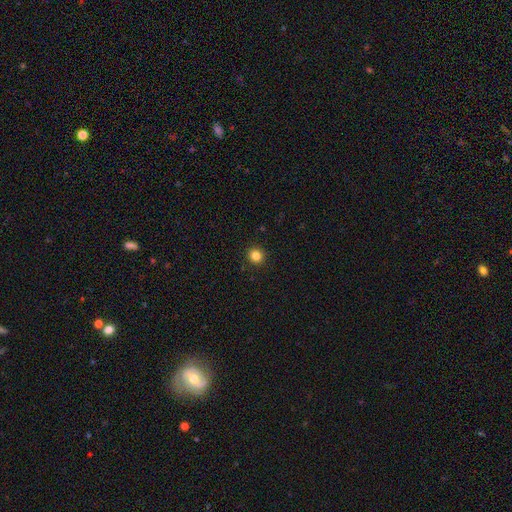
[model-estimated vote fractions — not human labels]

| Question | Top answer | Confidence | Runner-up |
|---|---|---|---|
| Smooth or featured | smooth | 84% | star or artifact (12%) |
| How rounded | round | 93% | in between (6%) |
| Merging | none | 93% | minor disturbance (5%) |